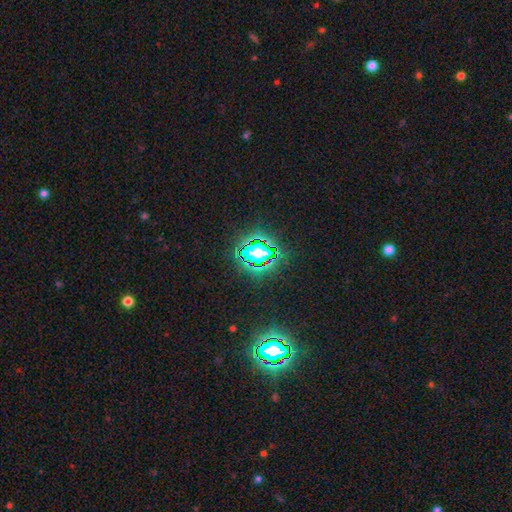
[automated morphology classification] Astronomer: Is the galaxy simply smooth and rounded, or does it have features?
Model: star or artifact — 81%.